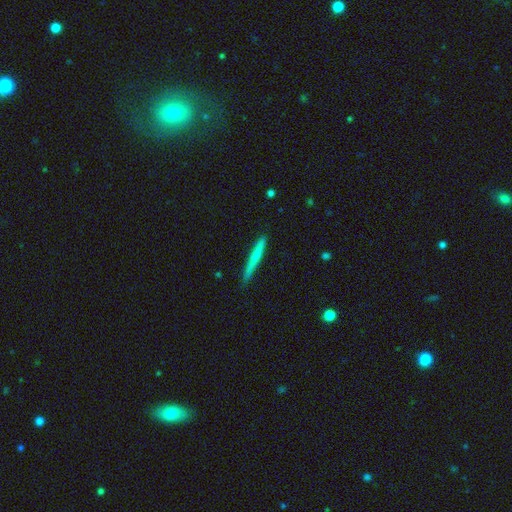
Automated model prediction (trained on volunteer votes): This is likely a smooth galaxy (64%). How rounded: clearly cigar-shaped (96%). Merging: clearly none (84%).